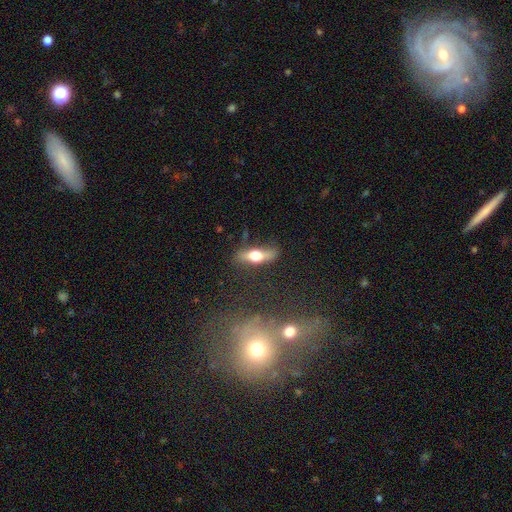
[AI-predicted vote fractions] Smooth or featured: smooth — 49% (featured or disk — 44%)
Merging: none — 75% (minor disturbance — 16%)